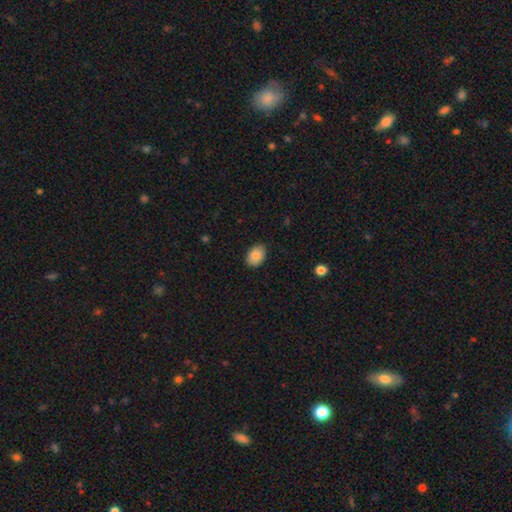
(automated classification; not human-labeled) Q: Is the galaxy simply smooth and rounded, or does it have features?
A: smooth — 86%.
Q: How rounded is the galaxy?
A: in between — 77%.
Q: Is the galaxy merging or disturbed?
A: none — 84%.